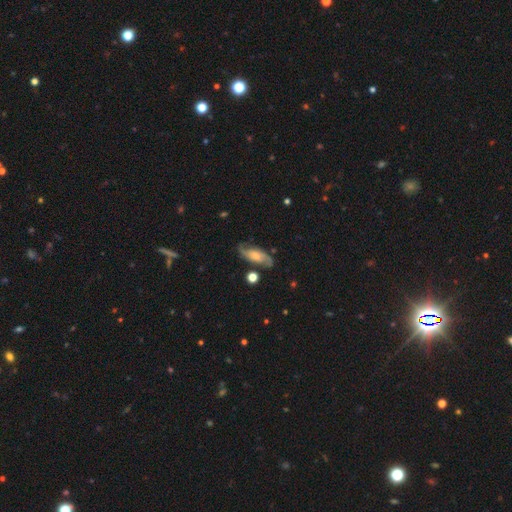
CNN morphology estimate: smooth-or-featured: featured or disk: 76% | smooth: 18% | star or artifact: 6%
  disk-edge-on: no: 91% | yes: 9%
    bar: no: 51% | weak: 37% | strong: 12%
    has-spiral-arms: yes: 95% | no: 5%
      spiral-winding: medium: 48% | loose: 31% | tight: 21%
      spiral-arm-count: 2: 88% | can't tell: 6% | 1: 2% | 3: 2% | 4: 1% | more than 4: 1%
    bulge-size: small: 34% (tied) | moderate: 34% (tied) | none: 17% | large: 13% | dominant: 2%
  merging: none: 77% | minor disturbance: 15% | major disturbance: 5% | merger: 3%